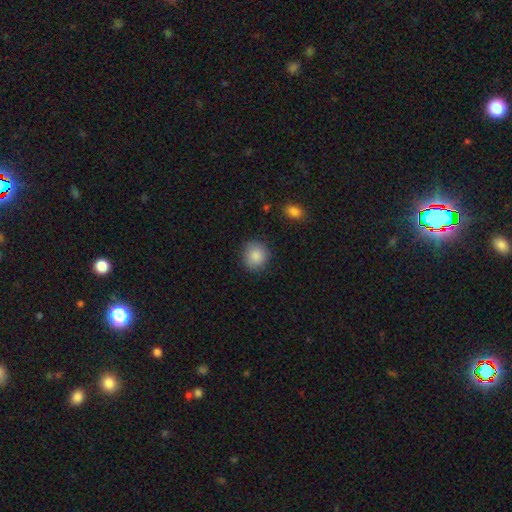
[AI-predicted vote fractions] Smooth or featured? smooth (88%)
How rounded? round (88%)
Merging? none (87%)